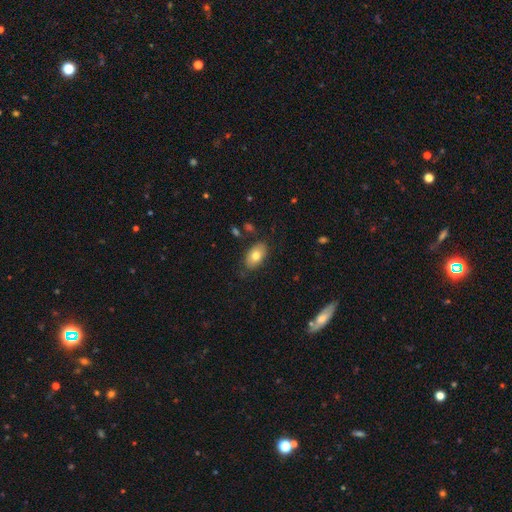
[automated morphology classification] smooth 76%, featured or disk 16%, star or artifact 8%. Down the decision tree: how rounded — in between (92%); merging — none (81%).